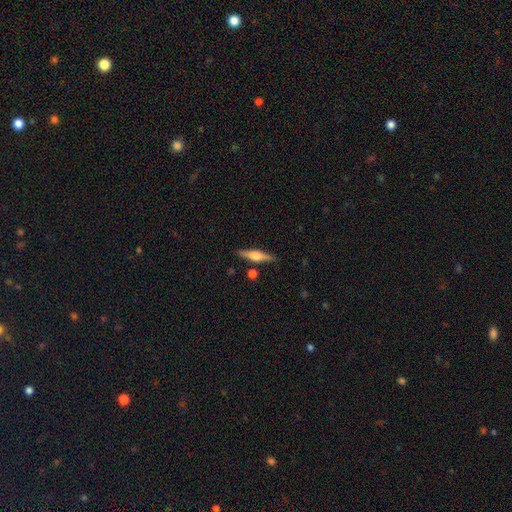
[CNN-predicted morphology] Smooth or featured: featured or disk — 58% (smooth — 36%)
Edge-on disk: yes — 96% (no — 4%)
Edge-on bulge: rounded — 85% (boxy — 11%)
Merging: none — 85% (minor disturbance — 9%)